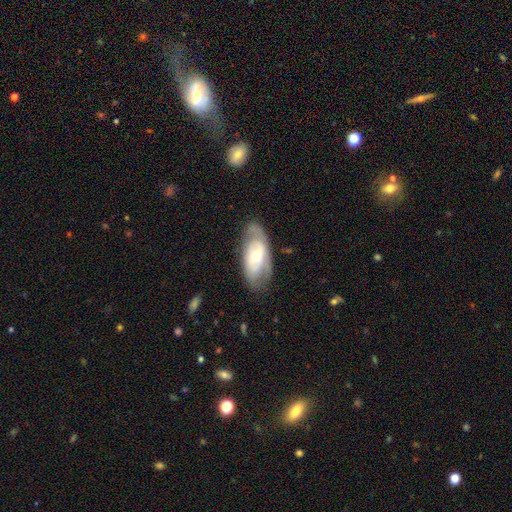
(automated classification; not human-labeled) Smooth or featured? featured or disk (63%)
Edge-on disk? no (89%)
Bar? no (60%)
Spiral arms? yes (59%)
Bulge size? moderate (58%)
Merging? none (71%)